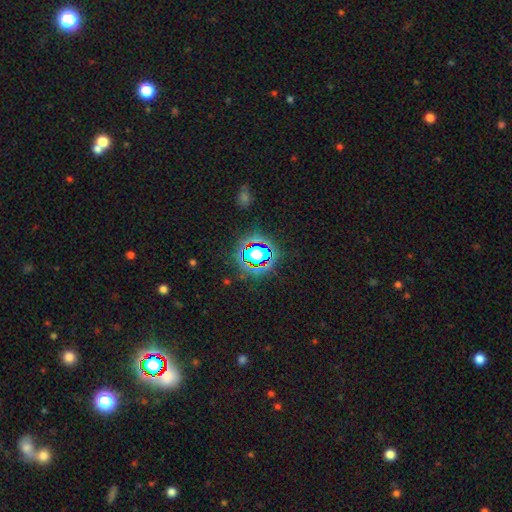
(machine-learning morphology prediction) A star or artifact, not a galaxy (63%).

Vote fractions:
- Smooth or featured? star or artifact: 63% / smooth: 26% / featured or disk: 11%